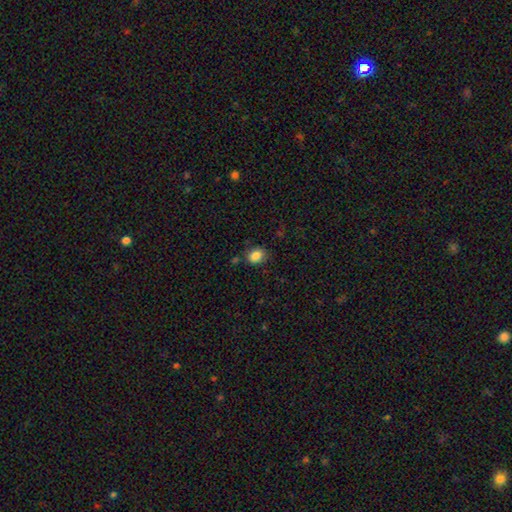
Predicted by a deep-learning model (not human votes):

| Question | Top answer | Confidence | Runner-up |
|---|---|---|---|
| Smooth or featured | smooth | 86% | star or artifact (10%) |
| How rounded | round | 50% | in between (49%) |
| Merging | none | 78% | minor disturbance (14%) |